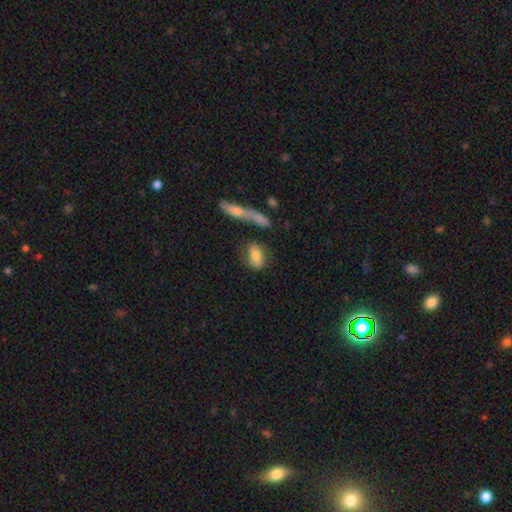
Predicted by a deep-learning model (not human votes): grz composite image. It shows a smooth galaxy with no disk features (72%) that is in between round and cigar-shaped (80%). Merging: none (62%).